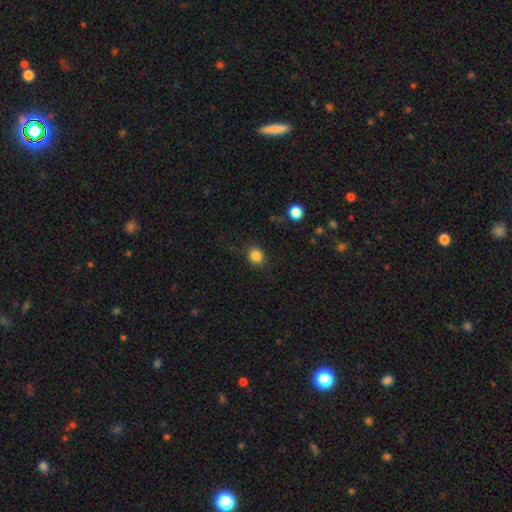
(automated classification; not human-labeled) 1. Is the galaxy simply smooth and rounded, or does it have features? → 84% smooth, 11% star or artifact, 5% featured or disk.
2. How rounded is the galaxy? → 75% round, 24% in between, 1% cigar-shaped.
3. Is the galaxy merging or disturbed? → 85% none, 11% minor disturbance, 4% major disturbance, 1% merger.